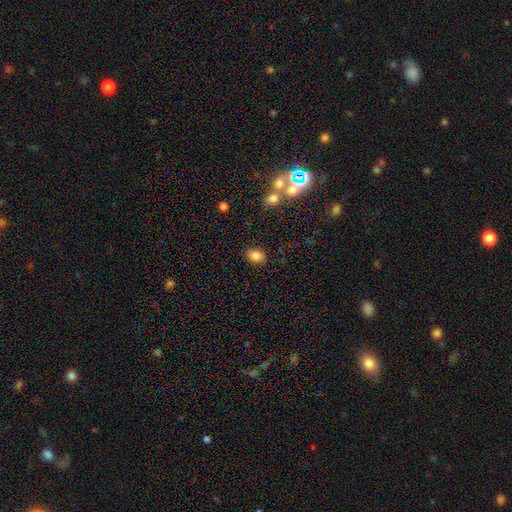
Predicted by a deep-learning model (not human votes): This appears to be a smooth galaxy with no disk features (82%) that is in between round and cigar-shaped (56%). Merging: none (84%).